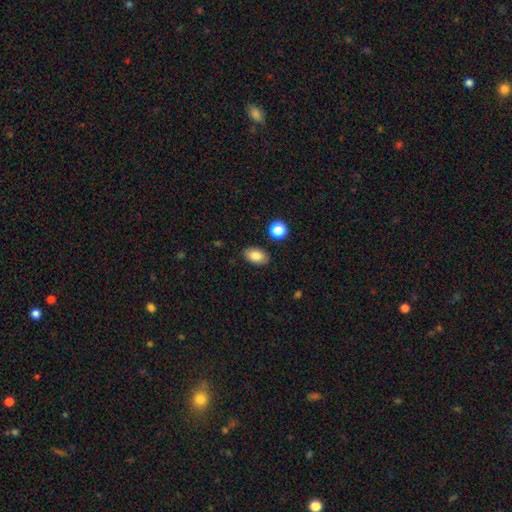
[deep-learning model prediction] Q: Smooth or featured?
A: smooth (84%); runner-up: star or artifact (8%)
Q: How rounded?
A: in between (91%); runner-up: round (8%)
Q: Merging?
A: none (87%); runner-up: minor disturbance (9%)